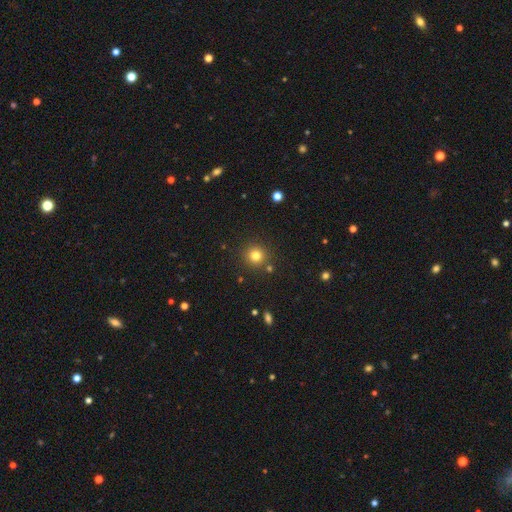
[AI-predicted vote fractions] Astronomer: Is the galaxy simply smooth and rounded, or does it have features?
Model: smooth — 79%.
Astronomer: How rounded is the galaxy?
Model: round — 94%.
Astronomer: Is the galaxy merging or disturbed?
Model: none — 87%.